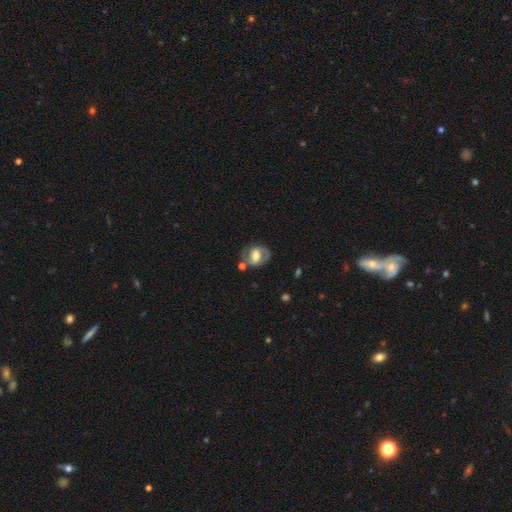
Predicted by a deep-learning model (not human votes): This appears to be a featured or disk galaxy (52%). Merging: none (61%).